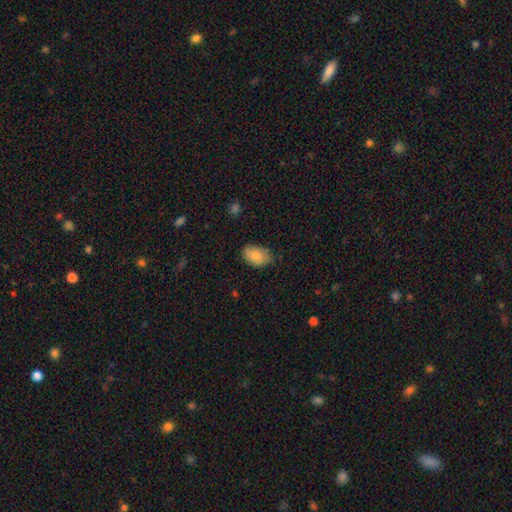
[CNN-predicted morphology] Smooth or featured: smooth — 81% (featured or disk — 12%)
How rounded: in between — 88% (round — 11%)
Merging: none — 72% (minor disturbance — 23%)